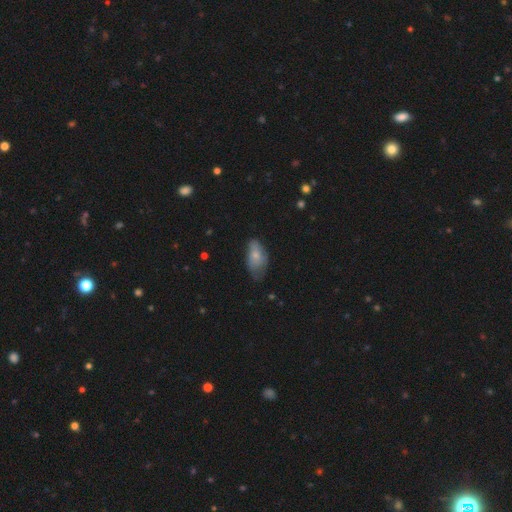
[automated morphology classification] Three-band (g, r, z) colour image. It shows a smooth galaxy with no disk features (68%) that is in between round and cigar-shaped (92%). Merging: none (42%).